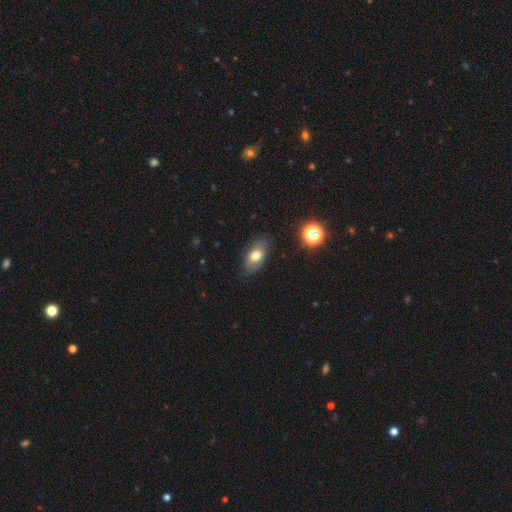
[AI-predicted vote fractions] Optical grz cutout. It shows a smooth galaxy with no disk features (71%) that is in between round and cigar-shaped (90%). Merging: none (81%).